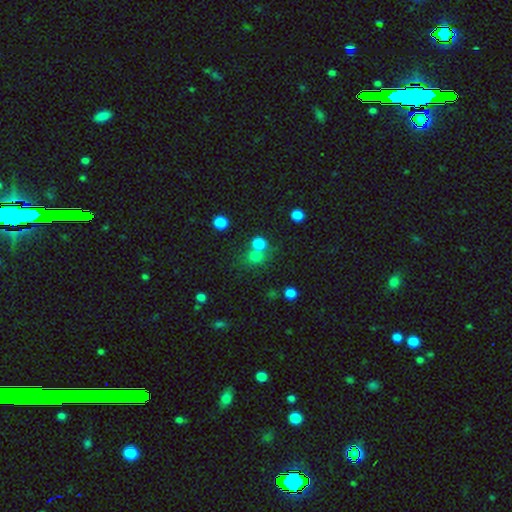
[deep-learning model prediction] Smooth or featured? smooth (74%)
How rounded? round (76%)
Merging? none (51%)